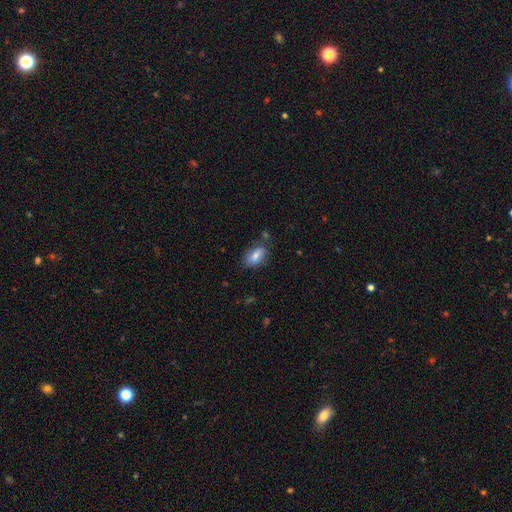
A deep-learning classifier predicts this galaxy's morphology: Smooth or featured: smooth — 74% (featured or disk — 18%)
How rounded: in between — 89% (round — 7%)
Merging: none — 69% (minor disturbance — 21%)